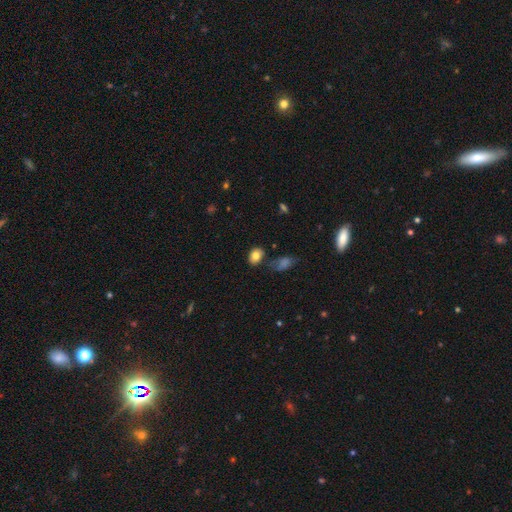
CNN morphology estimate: smooth_or_featured: smooth (p=0.81) [alt: star or artifact p=0.10]
how_rounded: in between (p=0.71) [alt: round p=0.28]
merging: none (p=0.71) [alt: minor disturbance p=0.18]